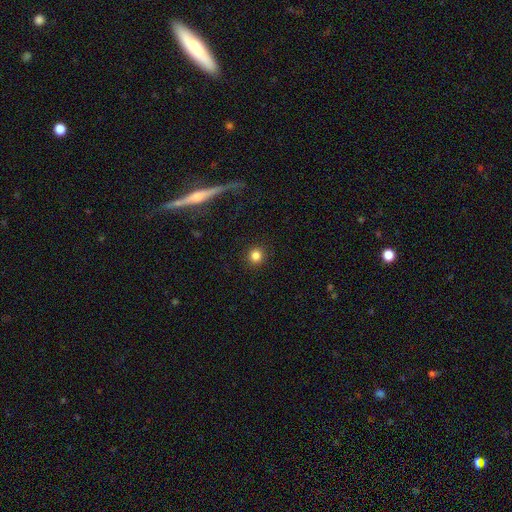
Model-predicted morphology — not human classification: A smooth galaxy with no disk features (83%) that is round (94%). Merging: none (92%).